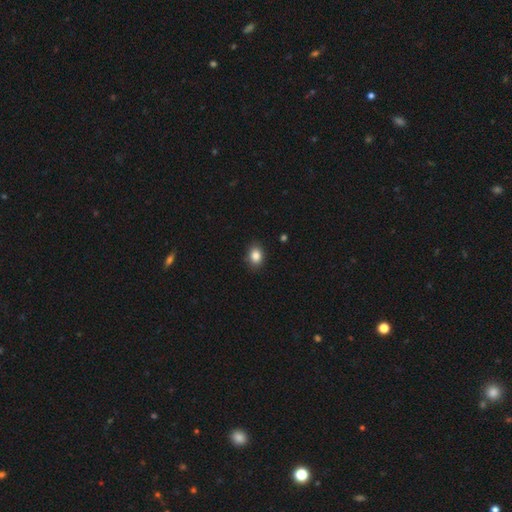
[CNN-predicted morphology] Smooth or featured? Predicted: smooth (p=0.85). How rounded? Predicted: in between (p=0.64). Merging? Predicted: none (p=0.87).